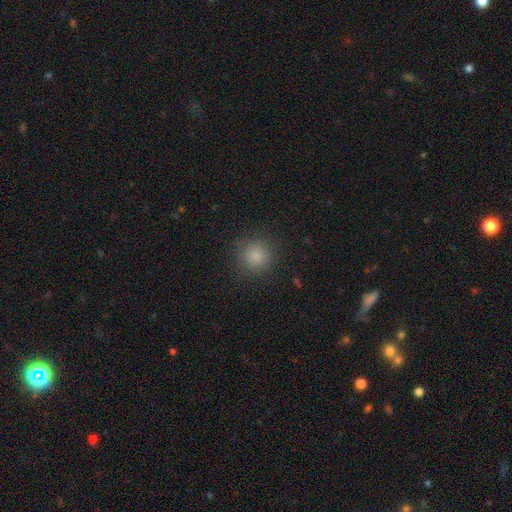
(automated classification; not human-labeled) smooth 83%, star or artifact 13%, featured or disk 4%. Down the decision tree: how rounded — round (94%); merging — none (88%).